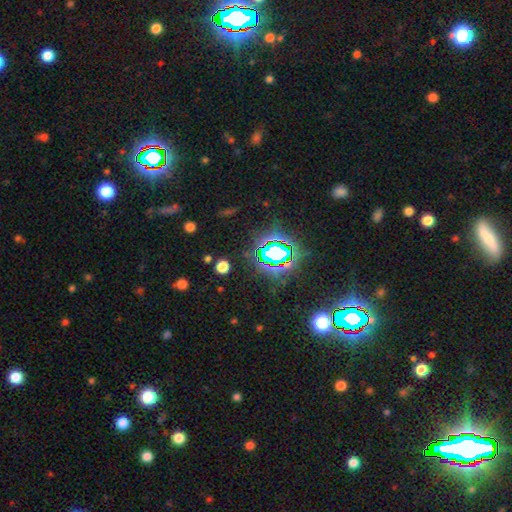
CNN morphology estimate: Q: Smooth or featured?
A: star or artifact (83%); runner-up: smooth (10%)